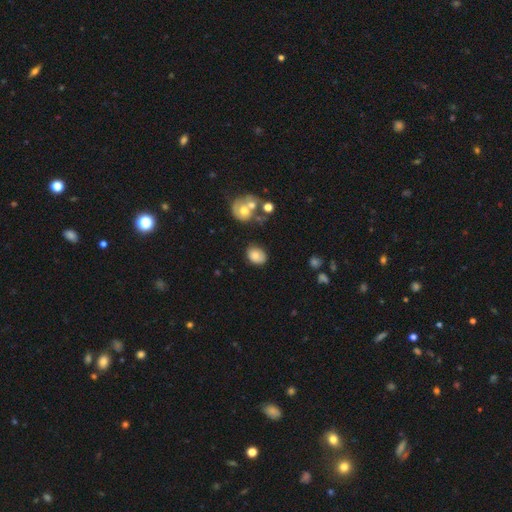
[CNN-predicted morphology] smooth-or-featured: smooth: 78% | featured or disk: 13% | star or artifact: 9%
  how-rounded: in between: 61% | round: 38% | cigar-shaped: 1%
  merging: none: 70% | minor disturbance: 19% | major disturbance: 6% | merger: 6%